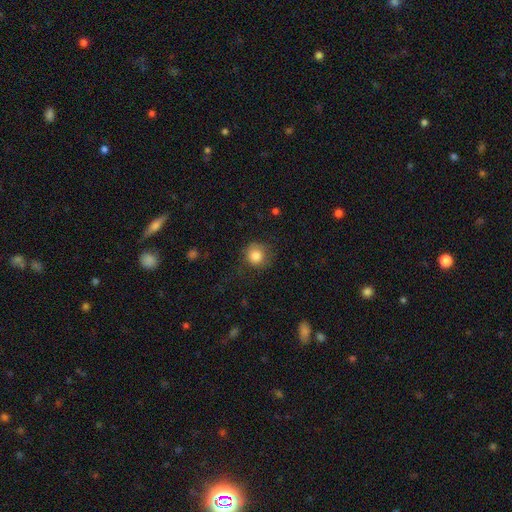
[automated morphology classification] A smooth galaxy with no disk features (82%) that is round (88%). Merging: none (67%).